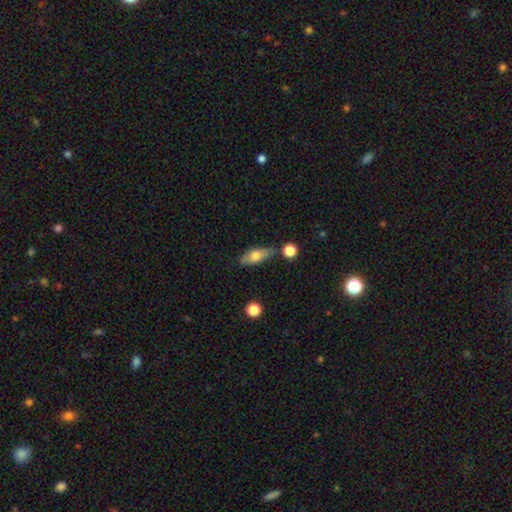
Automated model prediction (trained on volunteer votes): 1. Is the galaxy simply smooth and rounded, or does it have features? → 66% smooth, 27% featured or disk, 7% star or artifact.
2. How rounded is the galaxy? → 73% in between, 22% cigar-shaped, 5% round.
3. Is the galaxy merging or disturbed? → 70% none, 18% minor disturbance, 8% merger, 4% major disturbance.